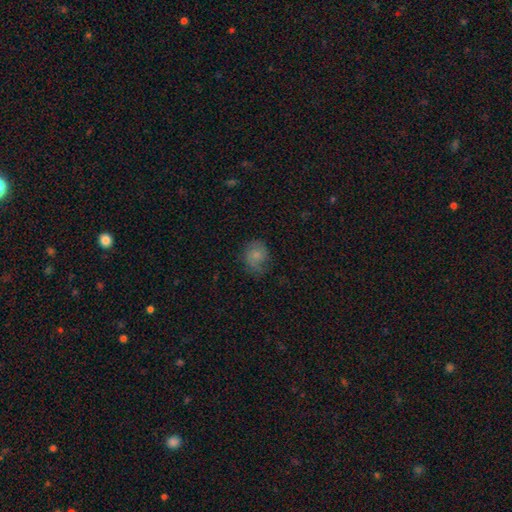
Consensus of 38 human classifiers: A smooth galaxy with no disk features (66%) that is round (64%).

Vote fractions:
- Smooth or featured? smooth: 66% / featured or disk: 26% / star or artifact: 8%
- How rounded? round: 64% / in between: 36% / cigar-shaped: 0%
- Merging? none: 54% / minor disturbance: 26% / major disturbance: 17% / merger: 3%